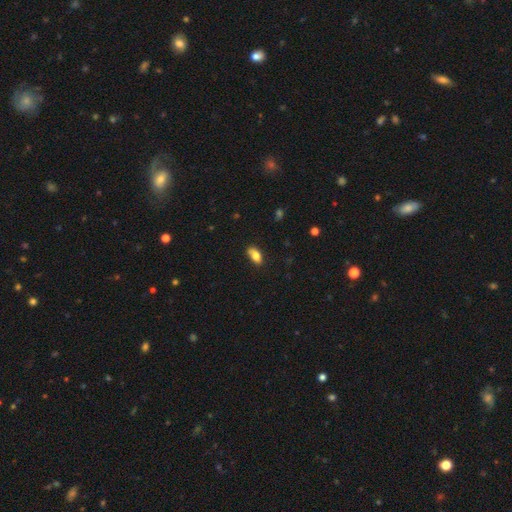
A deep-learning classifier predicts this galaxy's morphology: Smooth or featured: smooth — 77% (featured or disk — 15%)
How rounded: in between — 87% (cigar-shaped — 9%)
Merging: none — 71% (minor disturbance — 21%)